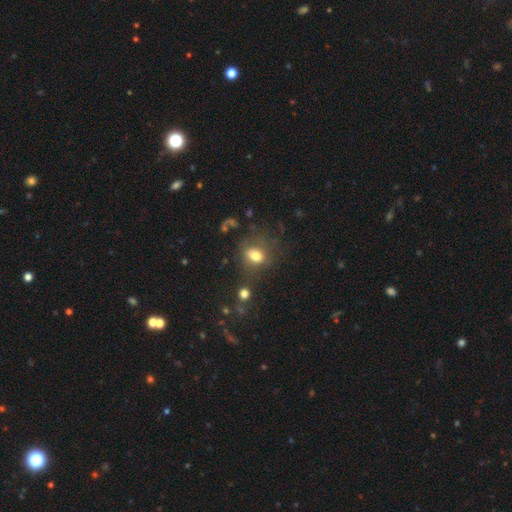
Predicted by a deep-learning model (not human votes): smooth-or-featured: smooth: 75% | featured or disk: 13% | star or artifact: 12%
  how-rounded: in between: 66% | round: 32% | cigar-shaped: 2%
  merging: none: 61% | minor disturbance: 19% | major disturbance: 14% | merger: 6%